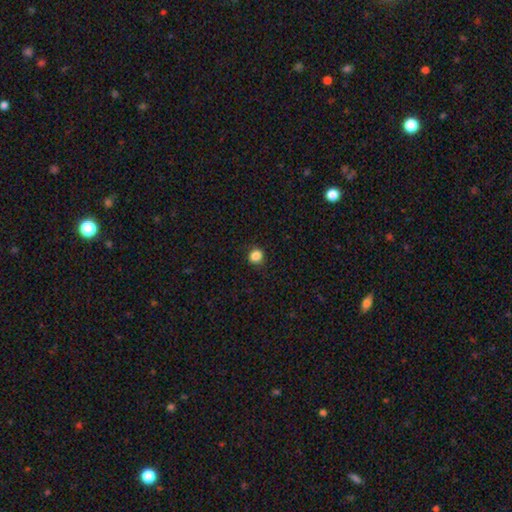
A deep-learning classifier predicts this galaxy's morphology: A smooth galaxy with no disk features (86%) that is round (86%). Merging: none (91%).